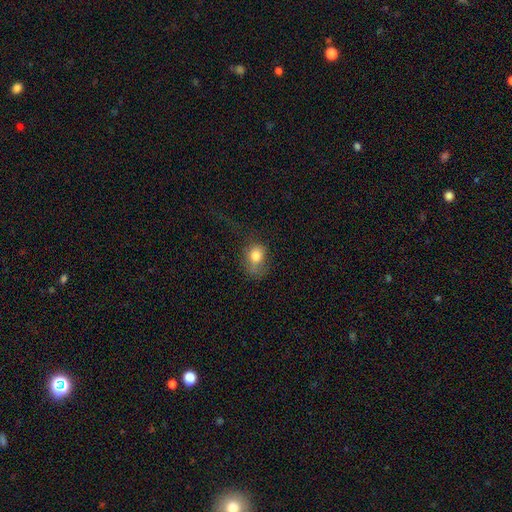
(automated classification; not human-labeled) smooth 76%, featured or disk 14%, star or artifact 9%. Down the decision tree: how rounded — in between (52%); merging — major disturbance (36%).